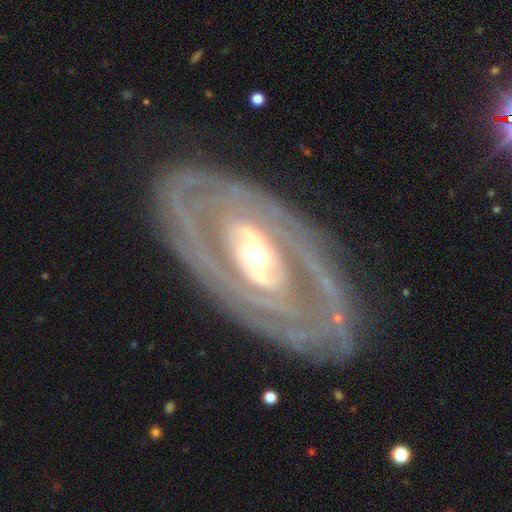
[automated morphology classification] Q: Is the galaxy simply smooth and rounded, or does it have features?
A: featured or disk — 86%.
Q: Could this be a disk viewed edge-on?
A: no — 91%.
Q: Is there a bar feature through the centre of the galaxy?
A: no — 48%.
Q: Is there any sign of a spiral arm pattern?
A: yes — 76%.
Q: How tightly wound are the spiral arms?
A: tight — 69%.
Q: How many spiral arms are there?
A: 2 — 43%.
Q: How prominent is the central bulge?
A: moderate — 65%.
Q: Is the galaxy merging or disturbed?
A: none — 80%.